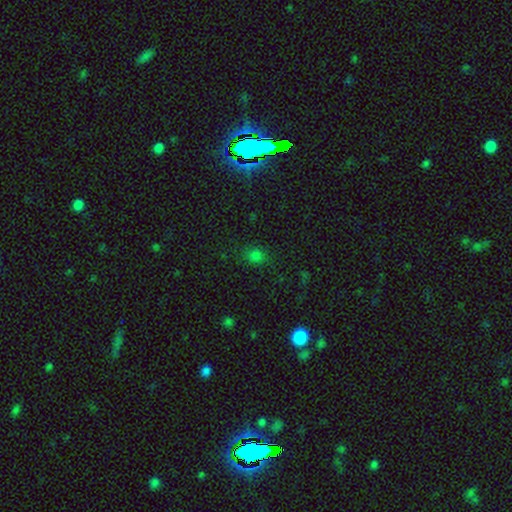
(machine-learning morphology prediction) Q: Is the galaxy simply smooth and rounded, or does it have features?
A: smooth — 76%.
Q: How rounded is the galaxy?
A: round — 64%.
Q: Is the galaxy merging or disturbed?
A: none — 83%.